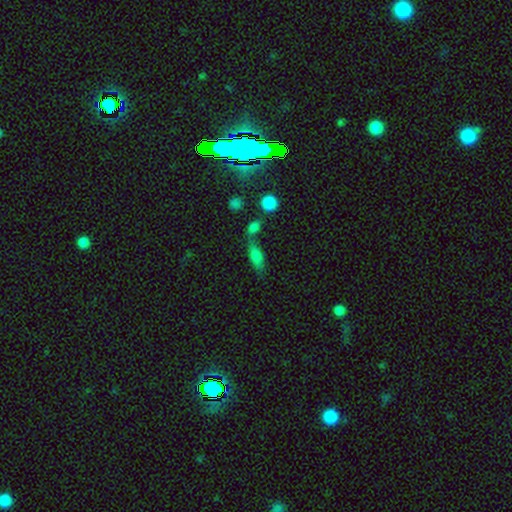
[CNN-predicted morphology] Smooth or featured: smooth — 71% (featured or disk — 18%)
How rounded: in between — 63% (cigar-shaped — 32%)
Merging: none — 48% (merger — 29%)